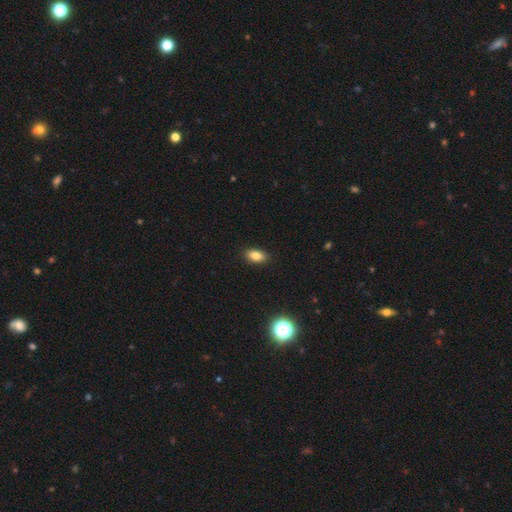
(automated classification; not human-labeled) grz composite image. It shows a smooth galaxy with no disk features (82%) that is in between round and cigar-shaped (87%). Merging: none (89%).